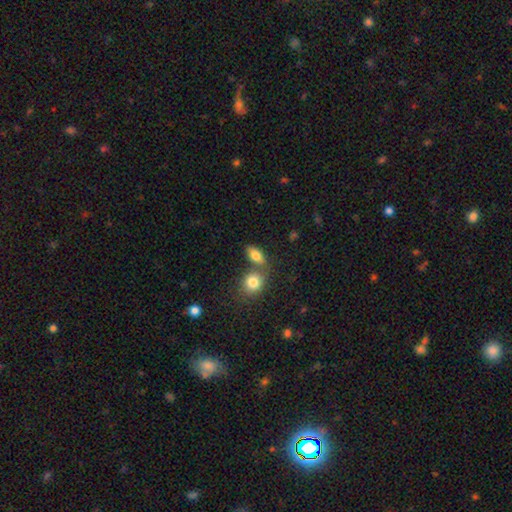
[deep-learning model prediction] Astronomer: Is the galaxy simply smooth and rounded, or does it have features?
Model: smooth — 79%.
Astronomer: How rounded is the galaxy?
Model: in between — 81%.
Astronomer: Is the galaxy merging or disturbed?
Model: none — 53% (runner-up: merger, 32%).